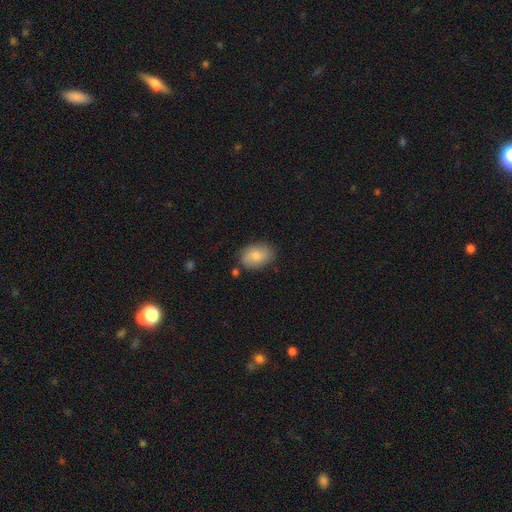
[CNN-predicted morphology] A smooth galaxy with no disk features (76%) that is in between round and cigar-shaped (84%).

Vote fractions:
- Smooth or featured? smooth: 76% / featured or disk: 17% / star or artifact: 7%
- How rounded? in between: 84% / round: 15% / cigar-shaped: 1%
- Merging? none: 77% / minor disturbance: 16% / major disturbance: 3% / merger: 3%